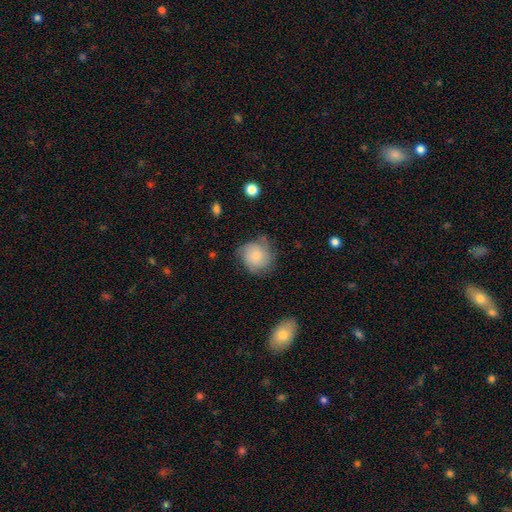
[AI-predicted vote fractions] Smooth or featured: smooth — 65% (featured or disk — 27%)
How rounded: round — 82% (in between — 17%)
Merging: none — 59% (minor disturbance — 30%)